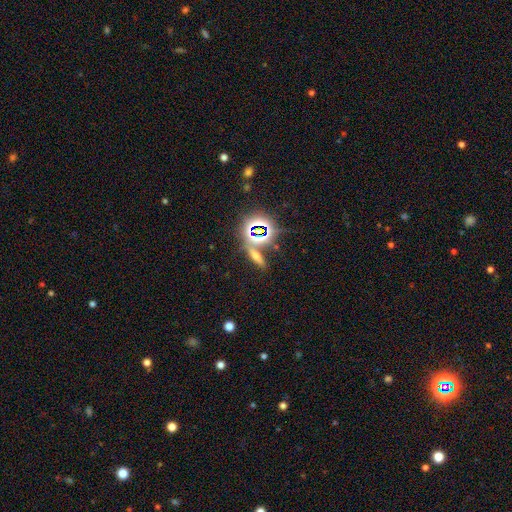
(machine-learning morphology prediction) Smooth or featured: star or artifact — 41% (smooth — 39%)